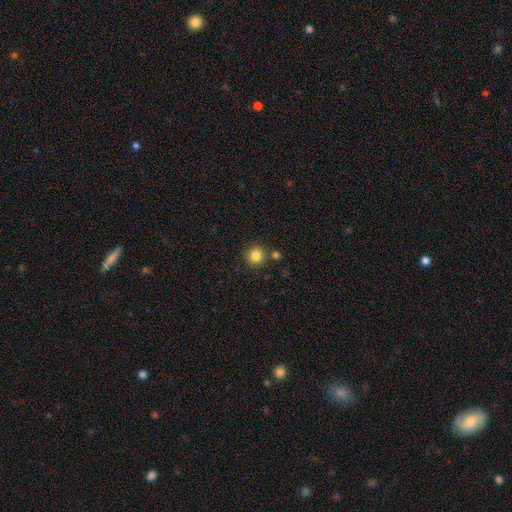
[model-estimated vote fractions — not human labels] This is clearly a smooth galaxy (84%). How rounded: clearly round (92%). Merging: clearly none (81%).